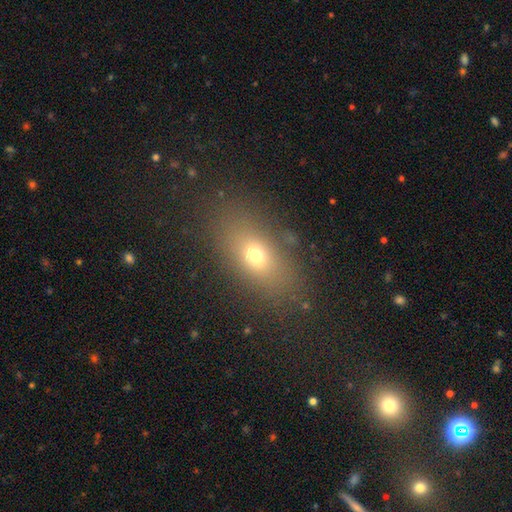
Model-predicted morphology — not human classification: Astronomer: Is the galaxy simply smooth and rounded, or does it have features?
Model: smooth — 66%.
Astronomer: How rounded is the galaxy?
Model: in between — 74%.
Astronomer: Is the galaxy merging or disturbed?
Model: none — 82%.